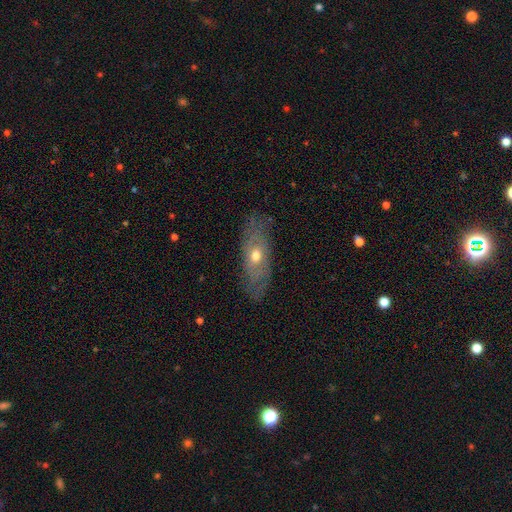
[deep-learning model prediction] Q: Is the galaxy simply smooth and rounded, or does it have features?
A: featured or disk — 51%.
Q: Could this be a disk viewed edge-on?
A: no — 74%.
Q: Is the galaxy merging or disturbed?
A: none — 77%.